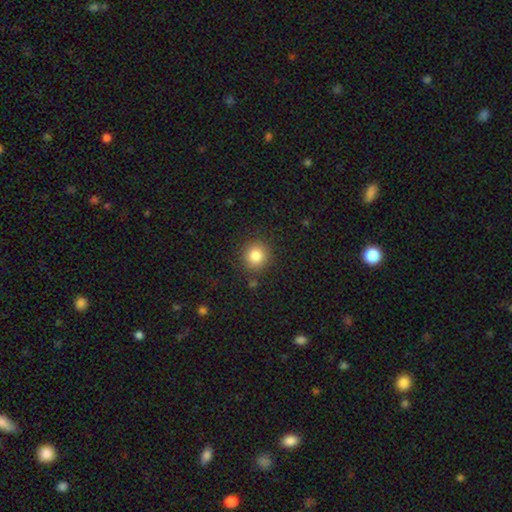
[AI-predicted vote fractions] This appears to be a smooth galaxy with no disk features (84%) that is round (90%). Merging: none (87%).